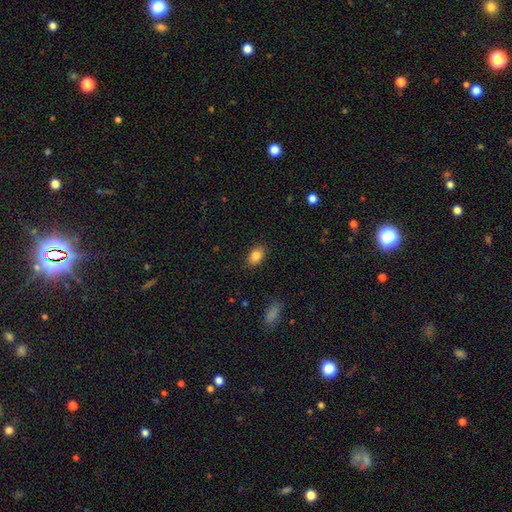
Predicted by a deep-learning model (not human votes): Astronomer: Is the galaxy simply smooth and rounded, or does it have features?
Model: smooth — 85%.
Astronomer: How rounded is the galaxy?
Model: in between — 83%.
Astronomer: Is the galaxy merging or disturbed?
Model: none — 87%.